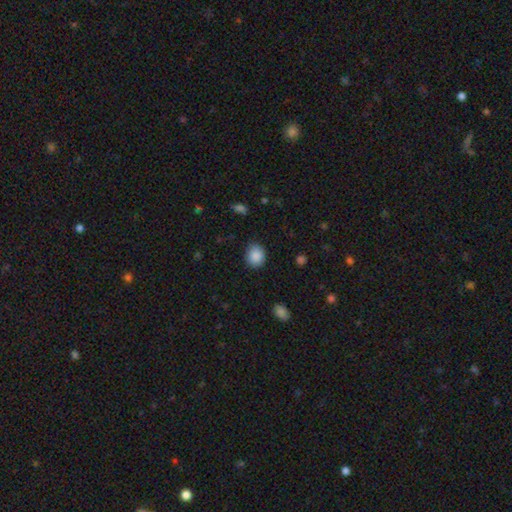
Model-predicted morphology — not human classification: This appears to be a smooth galaxy with no disk features (88%) that is round (66%). Merging: none (85%).